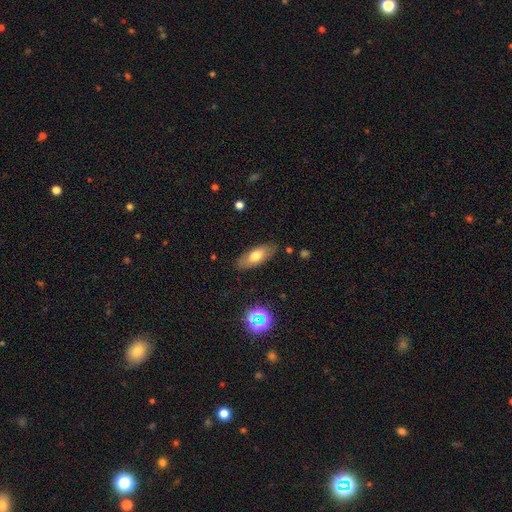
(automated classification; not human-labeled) This is likely a smooth galaxy (65%). How rounded: clearly in between (80%). Merging: clearly none (83%).